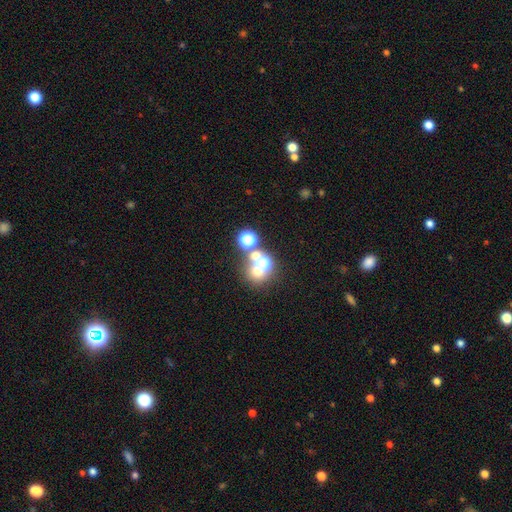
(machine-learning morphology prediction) Smooth or featured? smooth (46%)
Merging? none (50%)